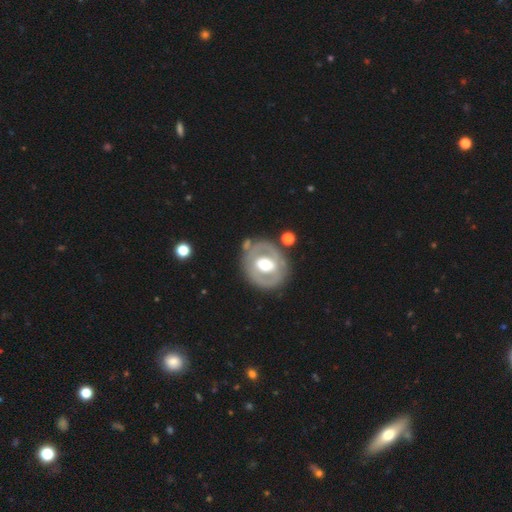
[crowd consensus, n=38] A featured or disk galaxy (76%) with no bar (55%), no spiral arms (62%) and a moderate central bulge (69%).

Vote fractions:
- Smooth or featured? featured or disk: 76% / smooth: 21% / star or artifact: 3%
- Edge-on disk? no: 100% / yes: 0%
- Bar? no: 55% / weak: 41% / strong: 3%
- Spiral arms? no: 62% / yes: 38%
- Bulge size? moderate: 69% / large: 17% / small: 14% / dominant: 0% / none: 0%
- Merging? none: 68% / minor disturbance: 27% / major disturbance: 3% / merger: 3%